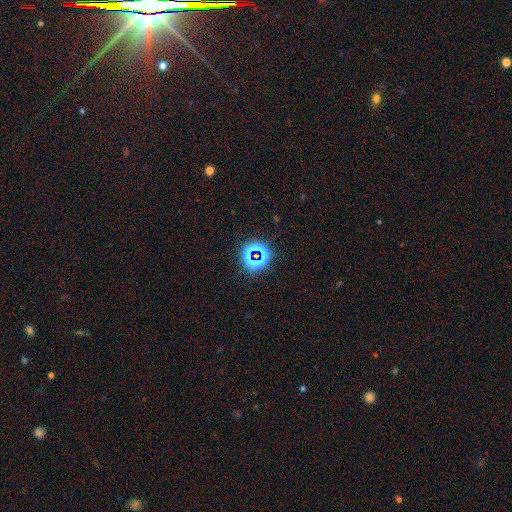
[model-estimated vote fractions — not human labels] The model was most divided on "smooth or featured": star or artifact: 70%, smooth: 20%, featured or disk: 9%.